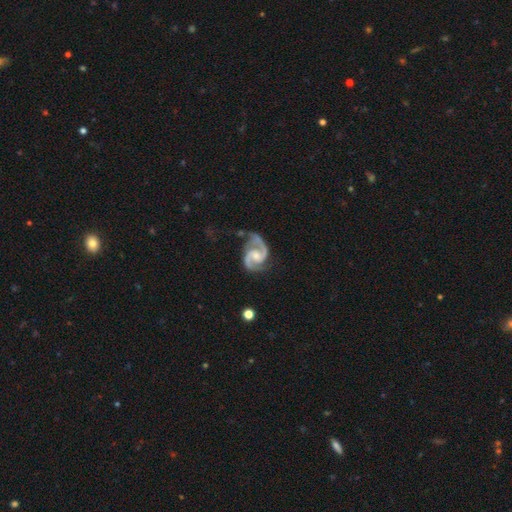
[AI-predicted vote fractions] Smooth or featured?
  - featured or disk: 94% *
  - star or artifact: 4%
  - smooth: 3%
Edge-on disk?
  - no: 99% *
  - yes: 1%
Bar?
  - no: 45% *
  - weak: 44%
  - strong: 11%
Spiral arms?
  - yes: 99% *
  - no: 1%
Spiral winding?
  - medium: 64% *
  - tight: 21%
  - loose: 15%
Spiral arm count?
  - 2: 94% *
  - can't tell: 1%
  - 1: 1%
  - 3: 1%
  - 4: 1%
  - more than 4: 1%
Bulge size?
  - moderate: 43% *
  - small: 38%
  - none: 14%
  - large: 4%
  - dominant: 1%
Merging?
  - none: 65% *
  - minor disturbance: 21%
  - major disturbance: 10%
  - merger: 4%